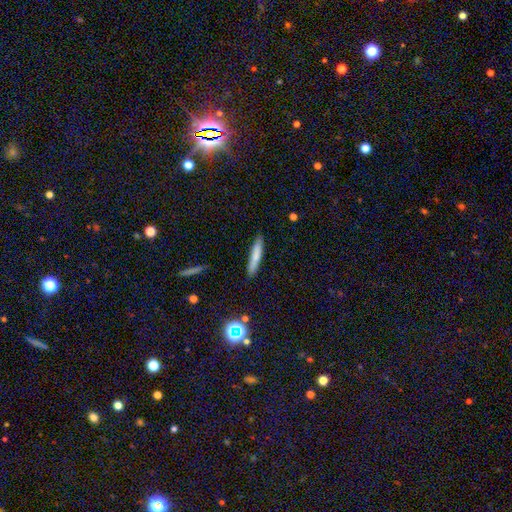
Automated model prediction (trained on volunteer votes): Q: Smooth or featured?
A: smooth (75%); runner-up: featured or disk (18%)
Q: How rounded?
A: cigar-shaped (91%); runner-up: in between (7%)
Q: Merging?
A: none (88%); runner-up: minor disturbance (9%)